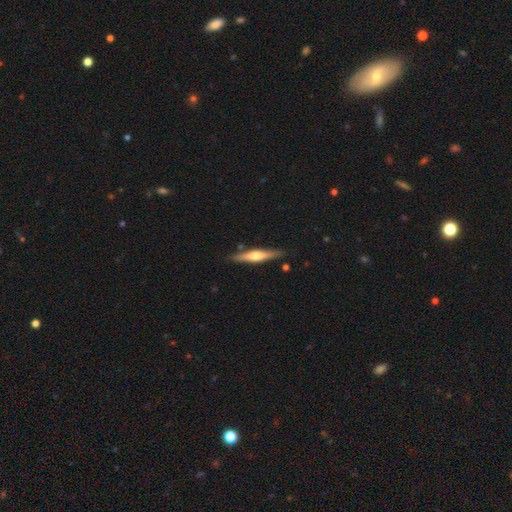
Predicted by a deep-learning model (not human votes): Morphology: type=featured or disk (64%); edge-on=yes (96%); edge-on bulge=rounded (89%); merging=none (86%).